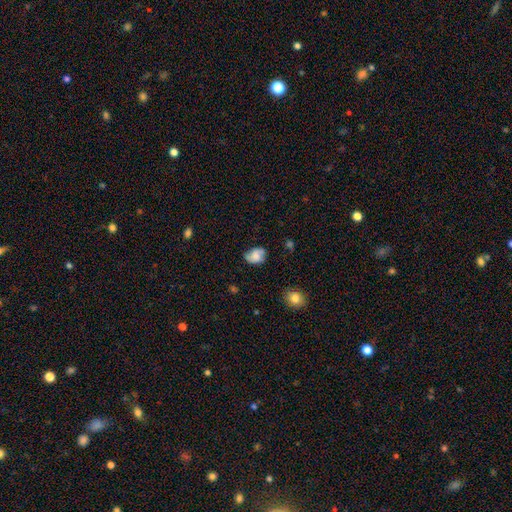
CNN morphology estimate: Smooth or featured? Predicted: smooth (p=0.60). How rounded? Predicted: in between (p=0.67). Merging? Predicted: none (p=0.65).